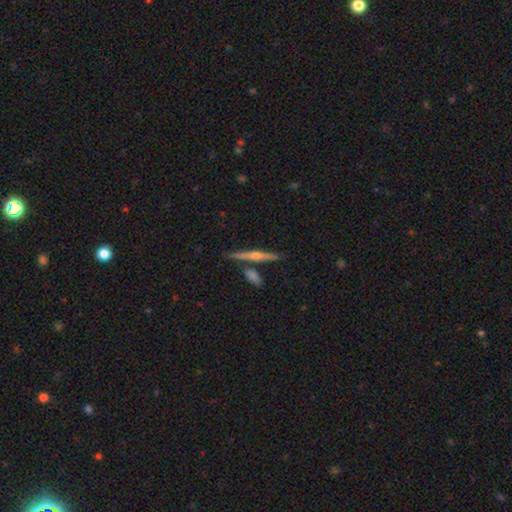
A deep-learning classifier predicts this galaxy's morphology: Smooth or featured: featured or disk — 75% (smooth — 18%)
Edge-on disk: yes — 98% (no — 2%)
Edge-on bulge: rounded — 81% (none — 12%)
Merging: none — 82% (merger — 8%)